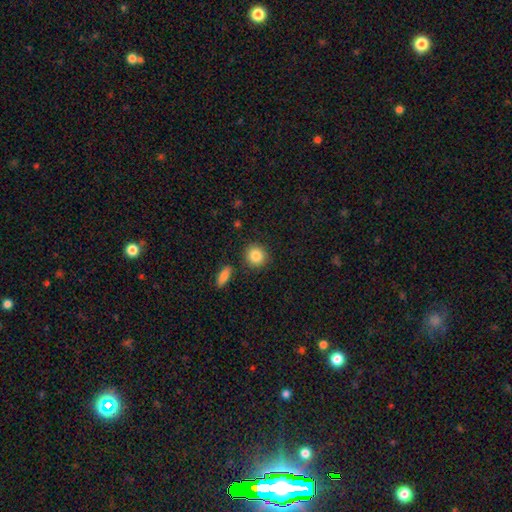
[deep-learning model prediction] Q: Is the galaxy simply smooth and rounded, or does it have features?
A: smooth — 87%.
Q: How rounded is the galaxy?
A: round — 88%.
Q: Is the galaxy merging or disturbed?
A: none — 86%.